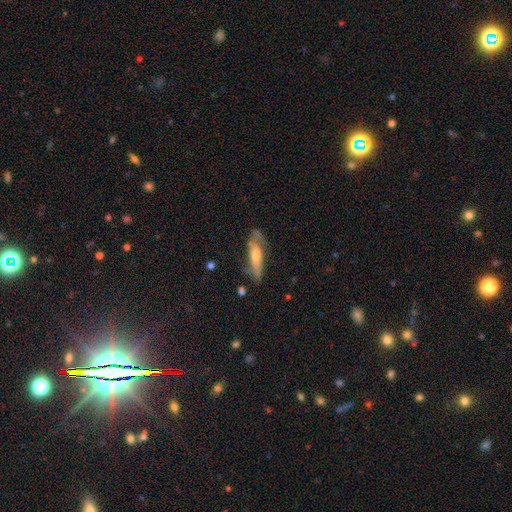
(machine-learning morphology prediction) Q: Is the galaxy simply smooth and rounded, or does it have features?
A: featured or disk — 51%.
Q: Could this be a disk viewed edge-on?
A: no — 52%.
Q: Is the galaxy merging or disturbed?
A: none — 56%.